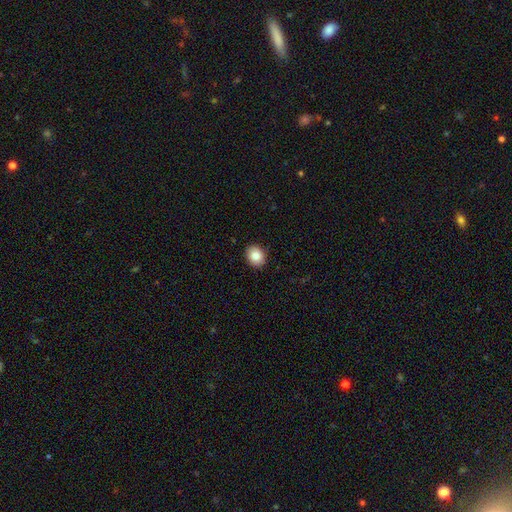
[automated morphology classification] A smooth galaxy with no disk features (85%) that is round (53%).

Vote fractions:
- Smooth or featured? smooth: 85% / star or artifact: 8% / featured or disk: 6%
- How rounded? round: 53% / in between: 46% / cigar-shaped: 1%
- Merging? none: 91% / minor disturbance: 7% / major disturbance: 2% / merger: 1%